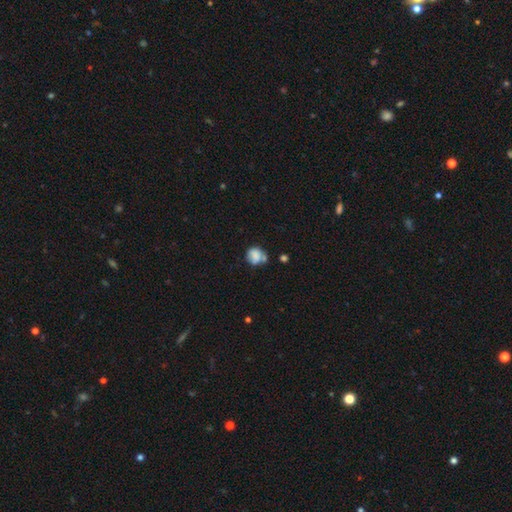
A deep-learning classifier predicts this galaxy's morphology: Smooth or featured? Predicted: smooth (p=0.77). How rounded? Predicted: round (p=0.73). Merging? Predicted: none (p=0.41).